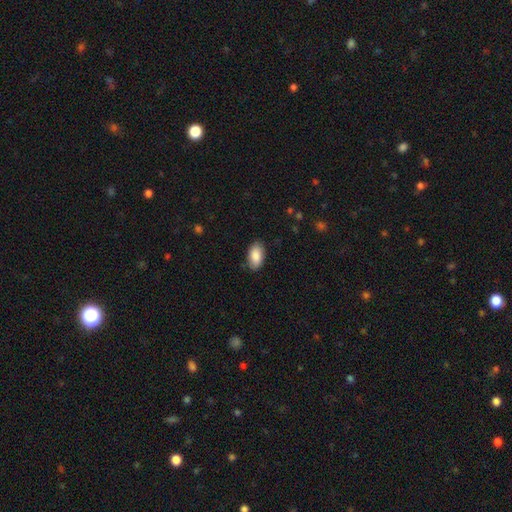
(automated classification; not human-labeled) smooth_or_featured: smooth (p=0.87) [alt: featured or disk p=0.07]
how_rounded: in between (p=0.95) [alt: round p=0.03]
merging: none (p=0.84) [alt: minor disturbance p=0.12]